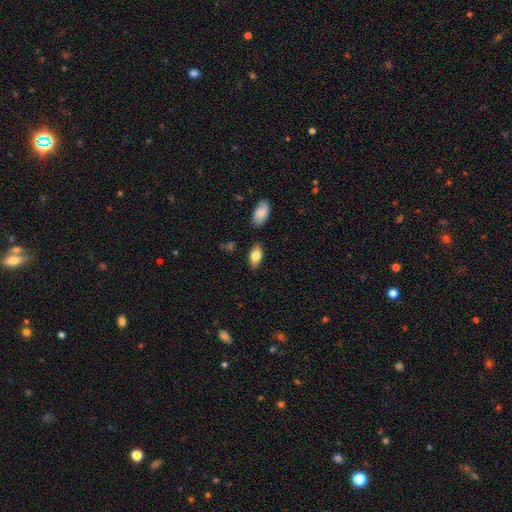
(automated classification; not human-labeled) This is likely a smooth galaxy (77%). How rounded: clearly in between (90%). Merging: clearly none (83%).